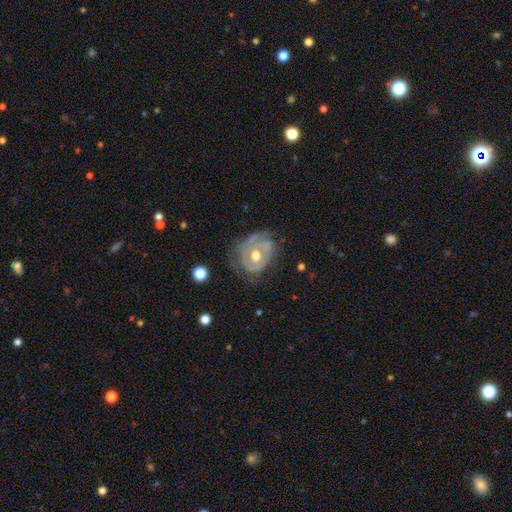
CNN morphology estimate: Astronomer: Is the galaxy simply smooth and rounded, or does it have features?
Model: featured or disk — 75%.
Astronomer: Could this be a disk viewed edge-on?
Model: no — 96%.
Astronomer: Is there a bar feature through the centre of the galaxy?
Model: no — 72%.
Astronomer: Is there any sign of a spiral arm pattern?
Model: yes — 69%.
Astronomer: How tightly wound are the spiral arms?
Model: tight — 59%.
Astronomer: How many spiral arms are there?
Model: can't tell — 37% (runner-up: 2, 33%).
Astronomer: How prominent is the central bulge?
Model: moderate — 78%.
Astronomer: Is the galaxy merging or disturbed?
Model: none — 54%.